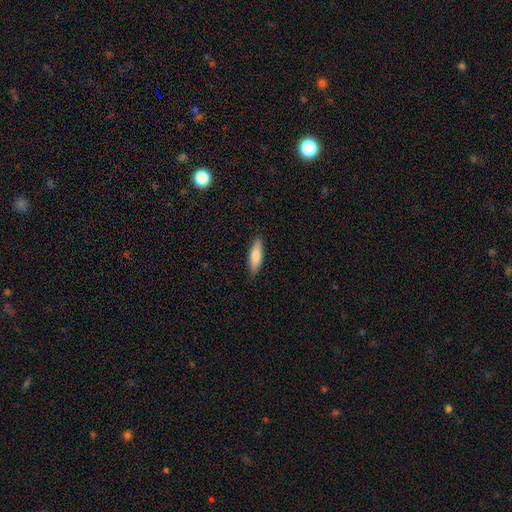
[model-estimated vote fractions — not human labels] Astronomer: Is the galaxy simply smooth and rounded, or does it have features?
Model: smooth — 80%.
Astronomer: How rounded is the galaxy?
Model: cigar-shaped — 51% (runner-up: in between, 47%).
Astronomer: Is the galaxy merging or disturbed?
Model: none — 87%.